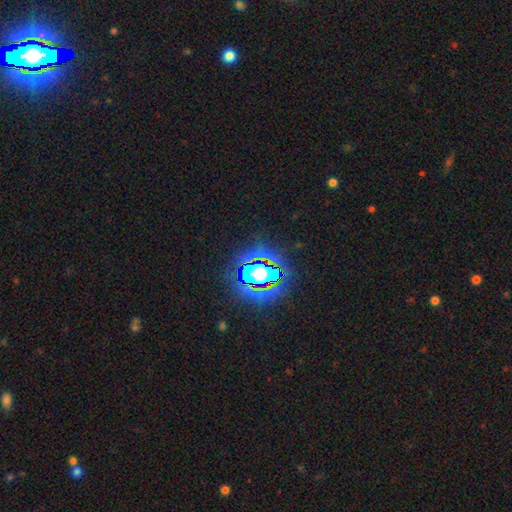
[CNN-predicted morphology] Smooth or featured?
  - star or artifact: 85% *
  - smooth: 9%
  - featured or disk: 6%